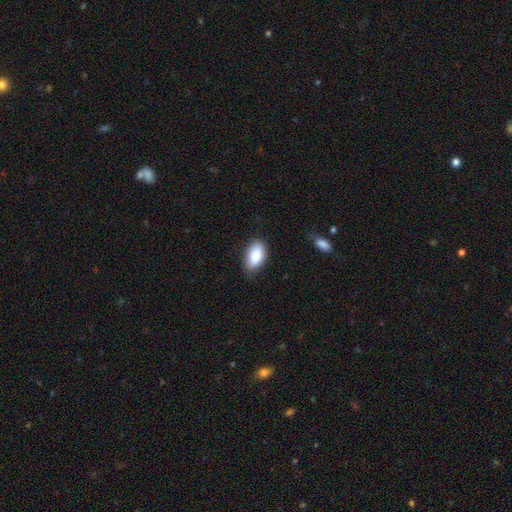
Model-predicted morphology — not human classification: The model was most divided on "merging": none: 77%, minor disturbance: 18%, major disturbance: 3%, merger: 1%. More confident: how rounded — in between (92%); smooth or featured — smooth (85%).